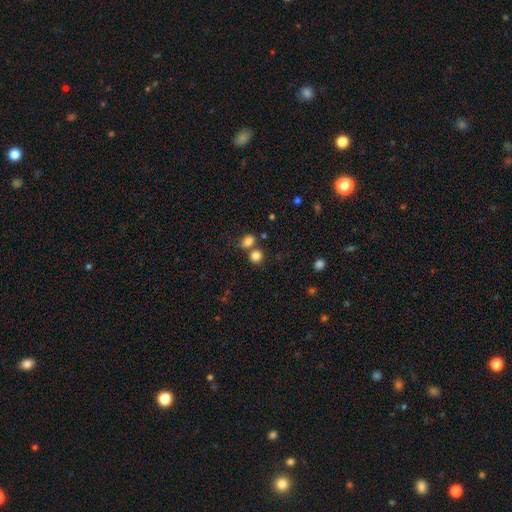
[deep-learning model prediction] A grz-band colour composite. It shows a smooth galaxy with no disk features (83%) that is round (75%). Merging: none (58%).